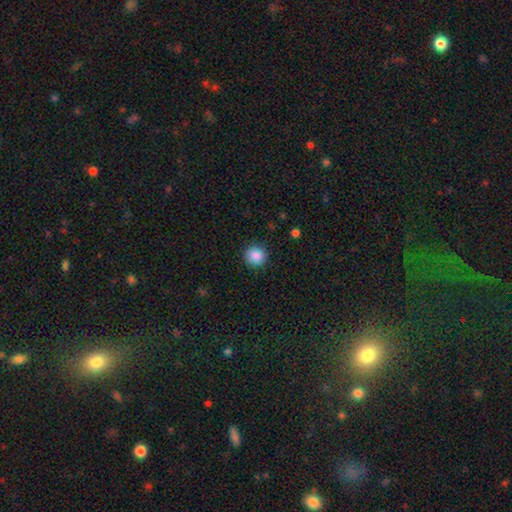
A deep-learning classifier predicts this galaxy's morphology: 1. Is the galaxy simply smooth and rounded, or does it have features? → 88% smooth, 9% star or artifact, 3% featured or disk.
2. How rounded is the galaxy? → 92% round, 7% in between, 1% cigar-shaped.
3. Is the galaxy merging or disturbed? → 90% none, 7% minor disturbance, 2% major disturbance, 1% merger.